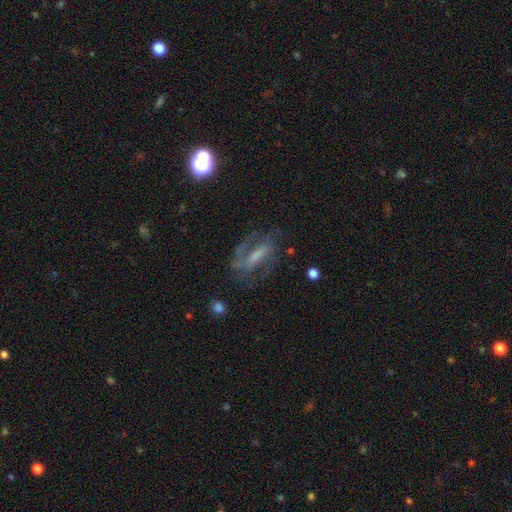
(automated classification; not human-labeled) This appears to be a featured or disk galaxy (73%) with a strong bar (51%), 2 (73%) medium (50%) spiral arms (87%) and no central bulge (31%). Merging: none (64%).